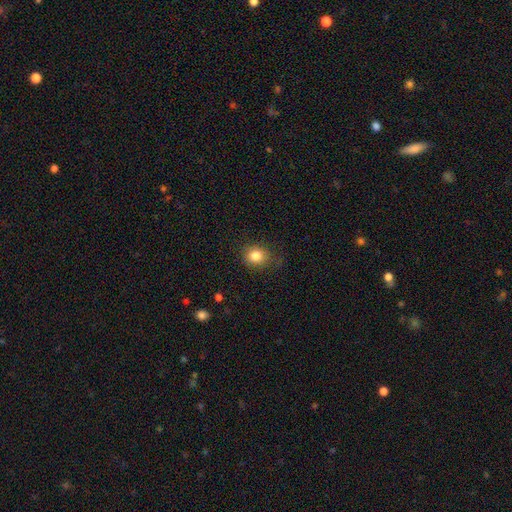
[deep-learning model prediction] smooth 83%, star or artifact 10%, featured or disk 6%. Down the decision tree: how rounded — round (72%); merging — none (80%).